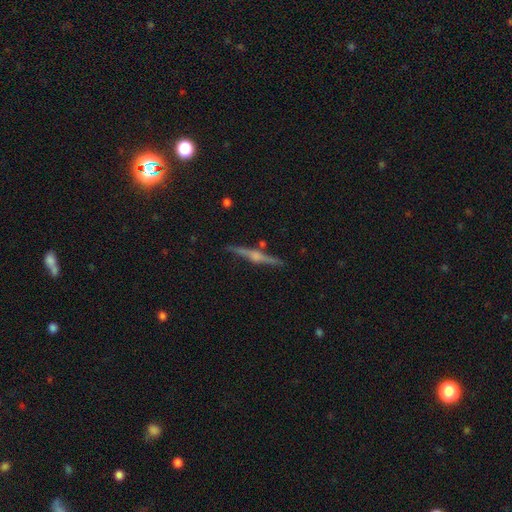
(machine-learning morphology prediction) Smooth or featured: featured or disk — 78% (smooth — 16%)
Edge-on disk: yes — 98% (no — 2%)
Edge-on bulge: rounded — 84% (boxy — 9%)
Merging: none — 86% (minor disturbance — 9%)